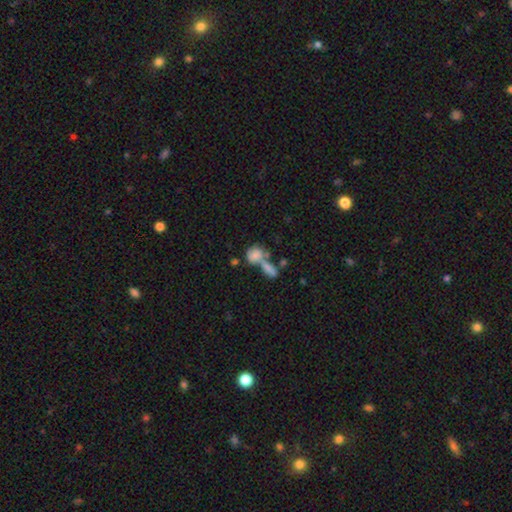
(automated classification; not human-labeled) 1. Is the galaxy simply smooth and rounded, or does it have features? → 77% smooth, 14% featured or disk, 9% star or artifact.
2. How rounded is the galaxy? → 55% in between, 40% round, 5% cigar-shaped.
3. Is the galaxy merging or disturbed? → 58% merger, 26% none, 9% minor disturbance, 7% major disturbance.